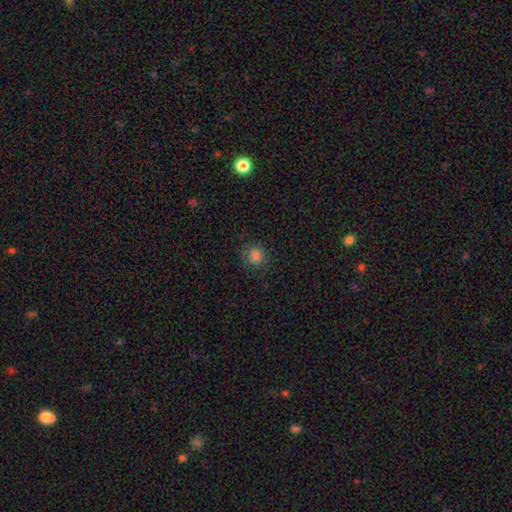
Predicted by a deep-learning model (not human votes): smooth-or-featured: smooth: 82% | star or artifact: 13% | featured or disk: 5%
  how-rounded: round: 81% | in between: 18% | cigar-shaped: 1%
  merging: none: 82% | minor disturbance: 12% | major disturbance: 4% | merger: 1%